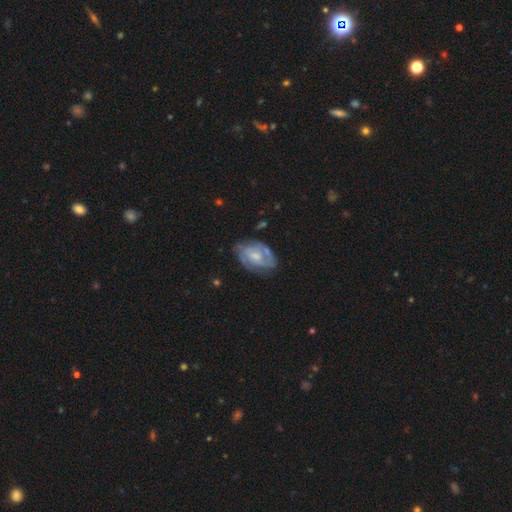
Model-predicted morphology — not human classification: smooth-or-featured: featured or disk: 71% | smooth: 24% | star or artifact: 6%
  disk-edge-on: no: 96% | yes: 4%
    bar: no: 52% | weak: 41% | strong: 8%
    has-spiral-arms: yes: 81% | no: 19%
      spiral-winding: tight: 48% | medium: 38% | loose: 13%
      spiral-arm-count: 2: 47% | can't tell: 32% | 3: 10% | 1: 7% | 4: 3% | more than 4: 2%
    bulge-size: moderate: 42% | small: 37% | none: 13% | large: 6% | dominant: 1%
  merging: none: 63% | minor disturbance: 24% | major disturbance: 10% | merger: 3%